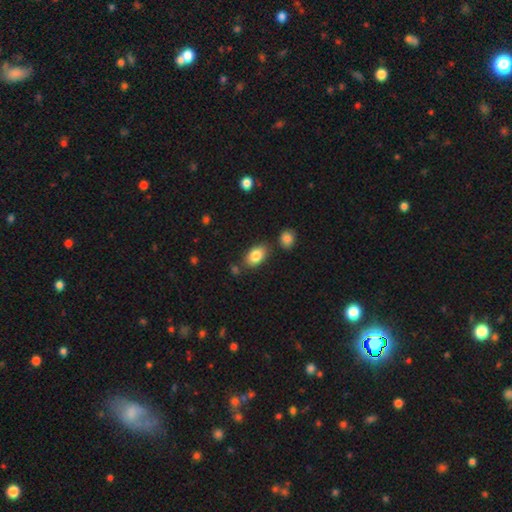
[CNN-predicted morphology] type=smooth (83%); roundness=in between (90%); merging=none (76%).